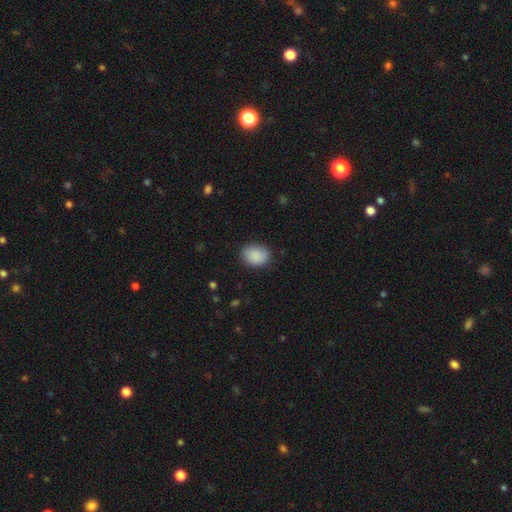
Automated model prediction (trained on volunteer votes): Smooth or featured? smooth (89%)
How rounded? in between (60%)
Merging? none (84%)